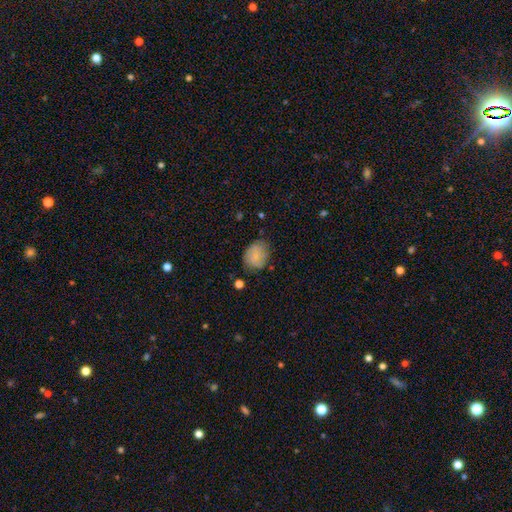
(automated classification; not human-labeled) Morphology: type=smooth (71%); roundness=in between (50%); merging=none (65%).